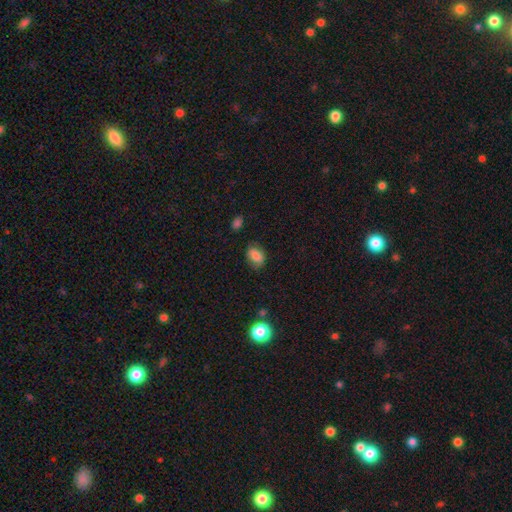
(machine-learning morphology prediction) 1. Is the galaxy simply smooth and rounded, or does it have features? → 81% smooth, 10% featured or disk, 9% star or artifact.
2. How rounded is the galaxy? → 79% in between, 19% round, 2% cigar-shaped.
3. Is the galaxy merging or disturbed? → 76% none, 18% minor disturbance, 4% major disturbance, 2% merger.